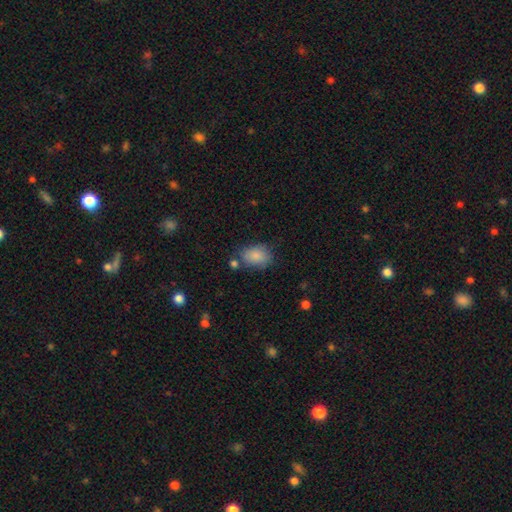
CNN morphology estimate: type=smooth (85%); roundness=in between (75%); merging=none (65%).